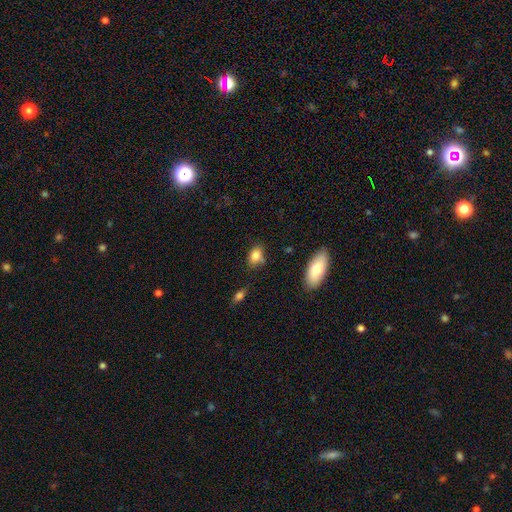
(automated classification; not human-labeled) Smooth or featured: smooth — 83% (star or artifact — 9%)
How rounded: in between — 73% (round — 25%)
Merging: none — 64% (minor disturbance — 25%)